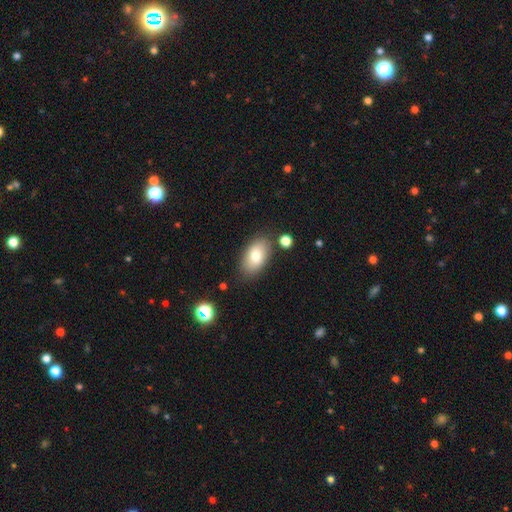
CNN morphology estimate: Smooth or featured?
  - smooth: 79% *
  - featured or disk: 13%
  - star or artifact: 8%
How rounded?
  - in between: 93% *
  - round: 5%
  - cigar-shaped: 2%
Merging?
  - none: 81% *
  - minor disturbance: 12%
  - merger: 4%
  - major disturbance: 3%